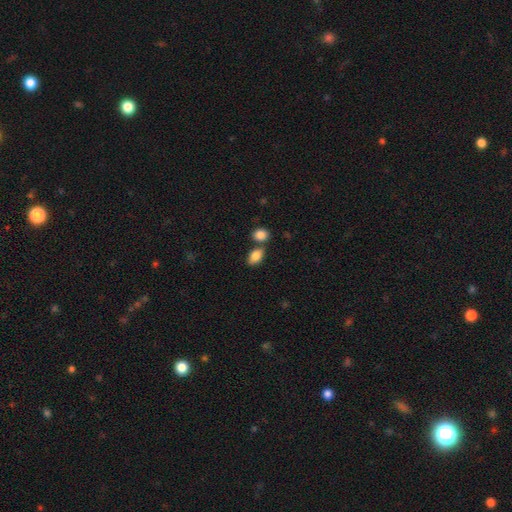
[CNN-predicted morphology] smooth_or_featured: smooth (p=0.86) [alt: star or artifact p=0.07]
how_rounded: in between (p=0.87) [alt: round p=0.11]
merging: none (p=0.61) [alt: merger p=0.25]